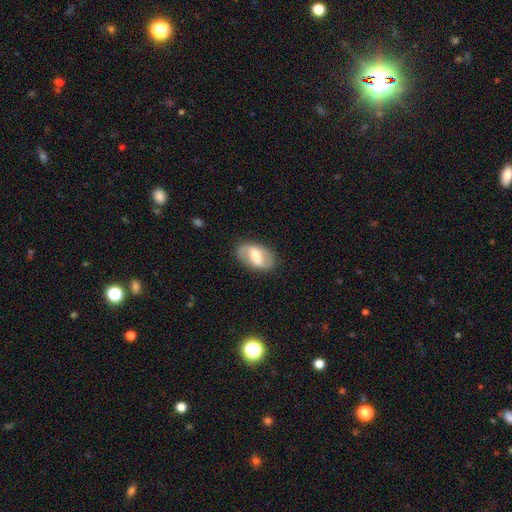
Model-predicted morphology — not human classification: featured or disk 64%, smooth 30%, star or artifact 6%. Down the decision tree: edge-on disk — no (94%); bar — strong (45%); spiral arms — yes (74%); bulge size — moderate (47%); merging — none (83%).